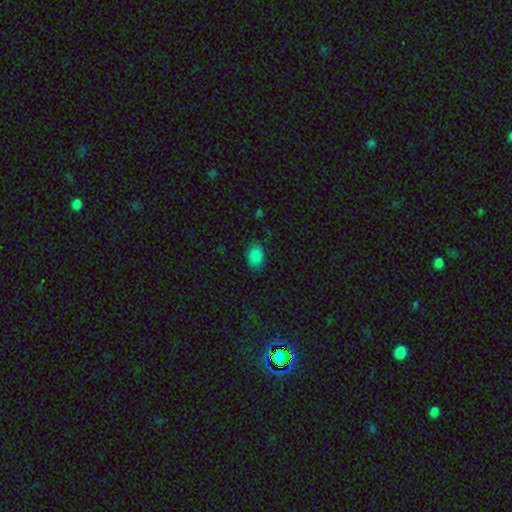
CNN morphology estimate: A smooth galaxy with no disk features (86%) that is in between round and cigar-shaped (80%).

Vote fractions:
- Smooth or featured? smooth: 86% / star or artifact: 10% / featured or disk: 4%
- How rounded? in between: 80% / round: 19% / cigar-shaped: 1%
- Merging? none: 78% / minor disturbance: 17% / major disturbance: 4% / merger: 1%